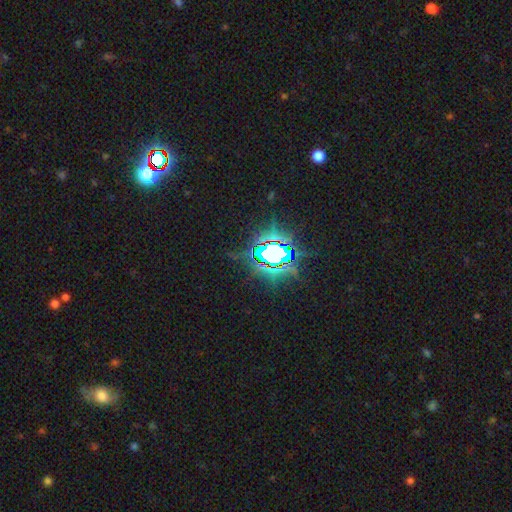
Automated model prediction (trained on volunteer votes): The model was most divided on "smooth or featured": star or artifact: 83%, smooth: 10%, featured or disk: 7%.